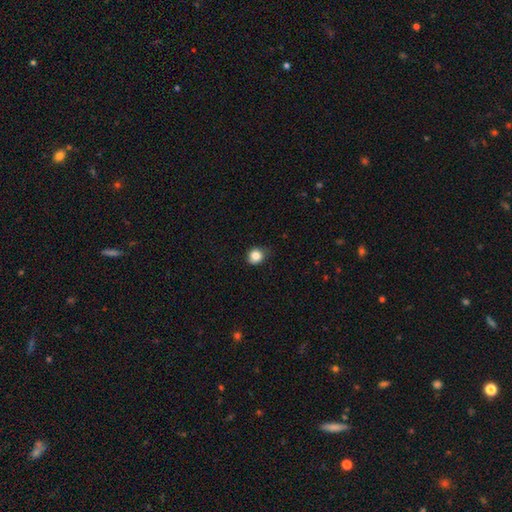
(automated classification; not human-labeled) Smooth or featured? Predicted: smooth (p=0.82). How rounded? Predicted: round (p=0.77). Merging? Predicted: none (p=0.72).